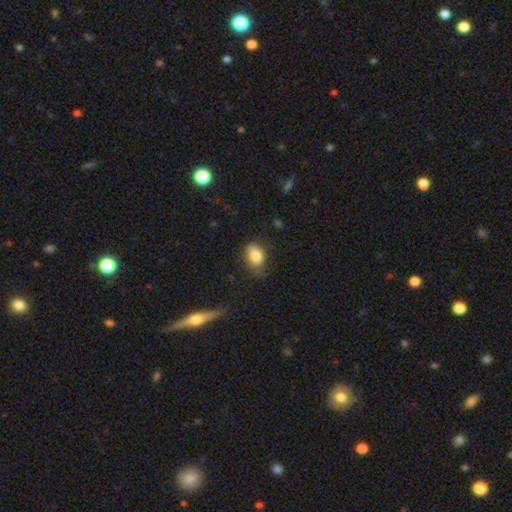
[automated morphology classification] Q: Smooth or featured?
A: smooth (83%); runner-up: star or artifact (9%)
Q: How rounded?
A: in between (74%); runner-up: round (25%)
Q: Merging?
A: none (64%); runner-up: minor disturbance (26%)